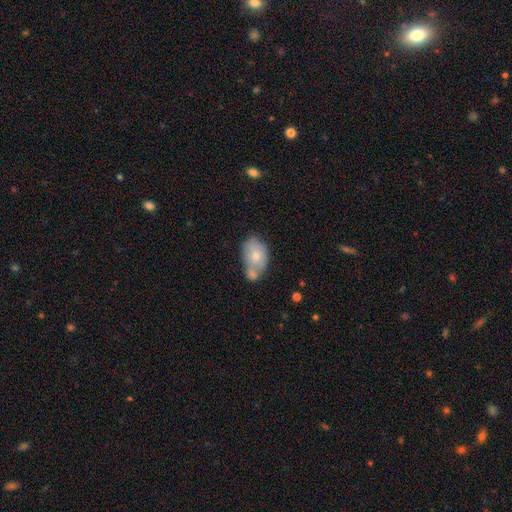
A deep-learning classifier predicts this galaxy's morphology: Smooth or featured? Predicted: smooth (p=0.69). How rounded? Predicted: in between (p=0.79). Merging? Predicted: merger (p=0.48).